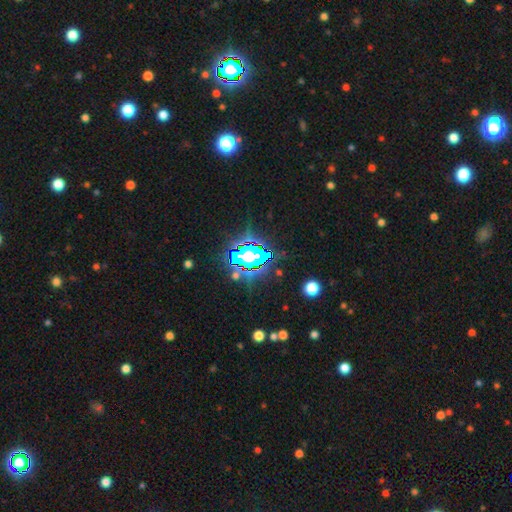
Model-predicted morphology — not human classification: smooth-or-featured: star or artifact: 77% | smooth: 13% | featured or disk: 11%